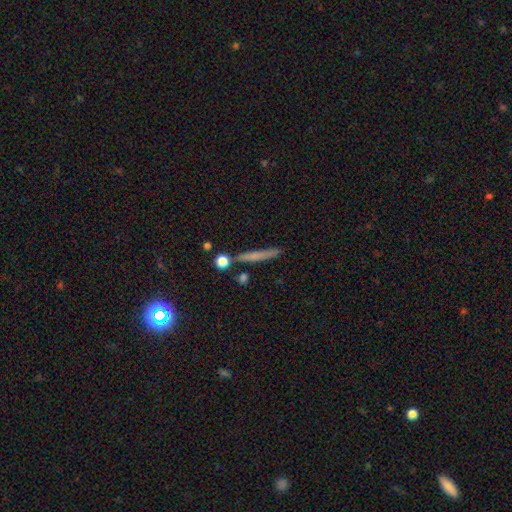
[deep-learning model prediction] smooth_or_featured: smooth (p=0.58) [alt: featured or disk p=0.31]
how_rounded: cigar-shaped (p=0.90) [alt: in between p=0.05]
merging: none (p=0.80) [alt: minor disturbance p=0.10]